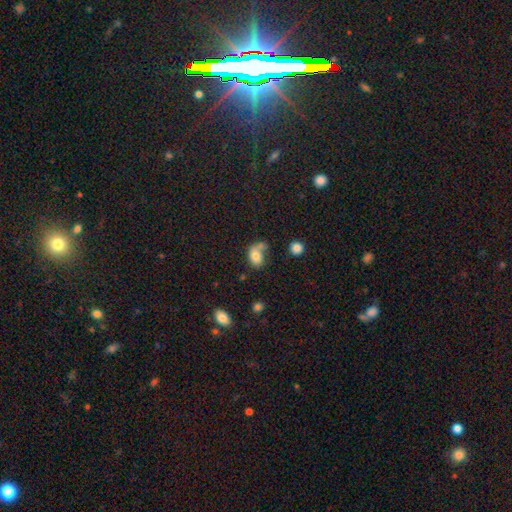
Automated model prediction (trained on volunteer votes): Overall: smooth (74%). How rounded: in between (76%). Merging: none (34%; merger 33%).